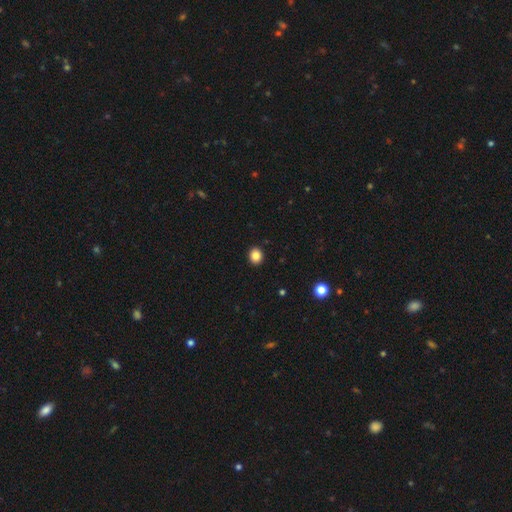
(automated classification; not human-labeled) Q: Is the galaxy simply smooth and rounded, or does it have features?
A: smooth — 86%.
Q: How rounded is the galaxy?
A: round — 72%.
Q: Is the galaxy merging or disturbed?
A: none — 92%.